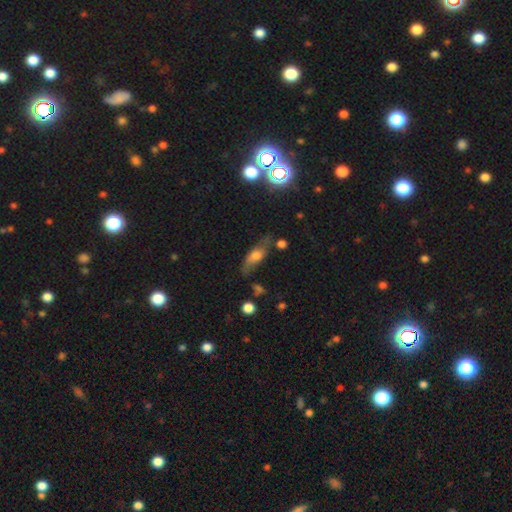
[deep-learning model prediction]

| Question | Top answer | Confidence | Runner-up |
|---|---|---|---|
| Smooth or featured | smooth | 53% | featured or disk (37%) |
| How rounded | in between | 65% | cigar-shaped (30%) |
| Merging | none | 60% | minor disturbance (24%) |